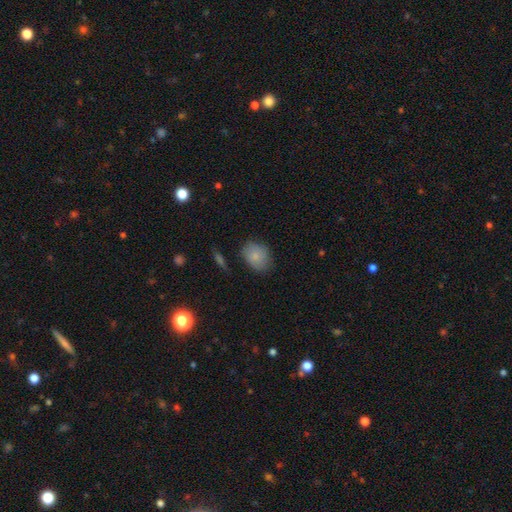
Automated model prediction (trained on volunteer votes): Overall: smooth (84%). How rounded: in between (64%; round 35%). Merging: none (75%).